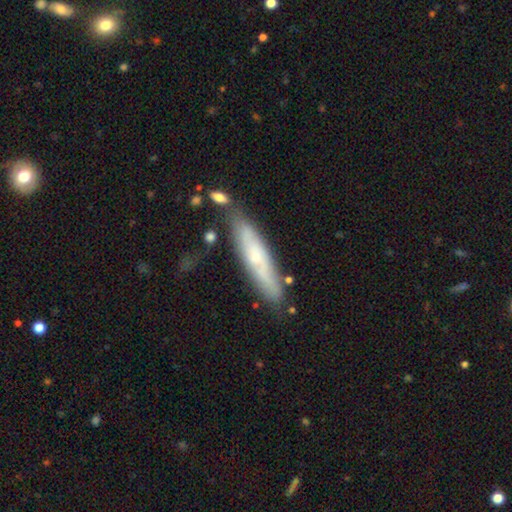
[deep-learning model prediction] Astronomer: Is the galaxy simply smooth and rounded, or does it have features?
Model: smooth — 47%, tied with featured or disk at 47%.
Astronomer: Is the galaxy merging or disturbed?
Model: none — 72%.